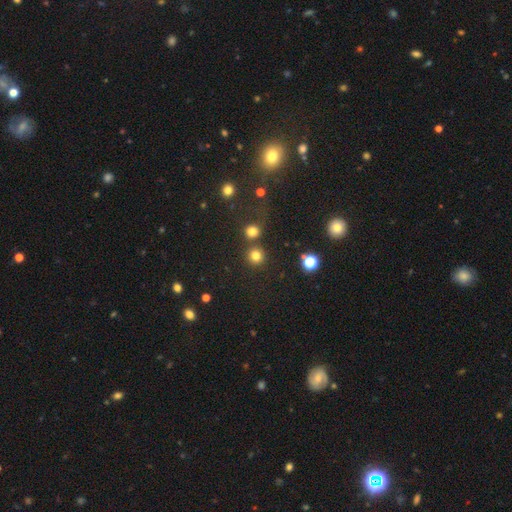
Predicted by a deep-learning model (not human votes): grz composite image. It shows a smooth galaxy with no disk features (78%) that is round (93%). Merging: none (79%).